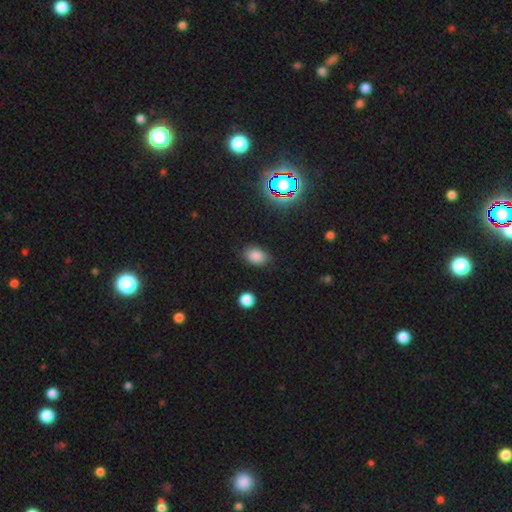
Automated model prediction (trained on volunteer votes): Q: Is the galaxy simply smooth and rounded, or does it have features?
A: smooth — 81%.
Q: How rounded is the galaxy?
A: in between — 80%.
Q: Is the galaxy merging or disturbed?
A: none — 82%.